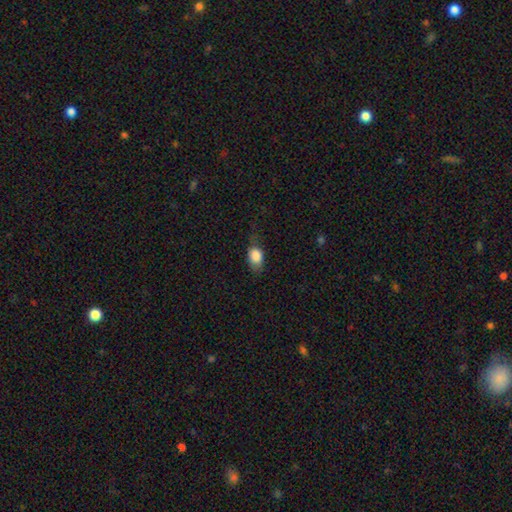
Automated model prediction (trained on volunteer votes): Smooth or featured: smooth — 84% (star or artifact — 8%)
How rounded: in between — 79% (round — 19%)
Merging: none — 59% (minor disturbance — 28%)